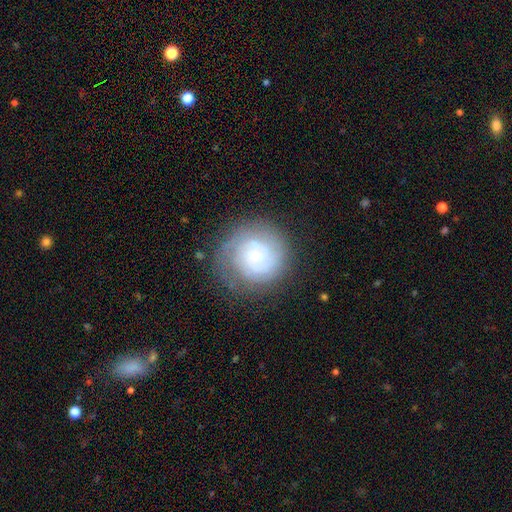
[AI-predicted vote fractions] This is possibly a featured or disk galaxy (60%). It is clearly not viewed edge-on (98%). Bar: likely no (71%). Spiral arm pattern: clearly yes (89%). Spiral arm count: marginally can't tell (36%). Spiral winding: likely tight (72%). Central bulge: possibly small (46%). Merging: likely none (76%).